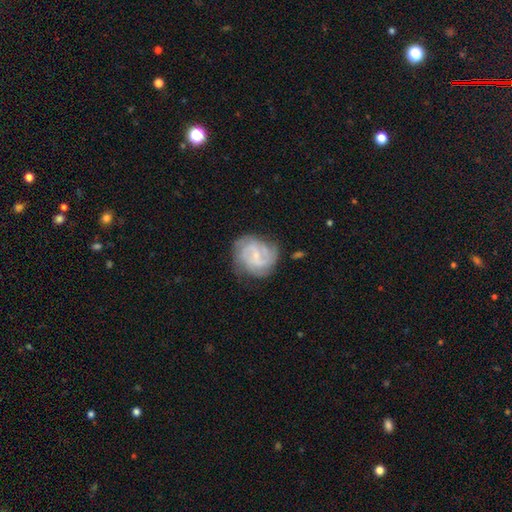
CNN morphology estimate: Overall: featured or disk (77%). Edge-on disk: no (98%). Bar: weak (52%; no 36%). Spiral arms: yes (92%). Spiral arm count: can't tell (30%; 2 28%). Spiral winding: tight (51%; medium 38%). Bulge size: small (66%). Merging: none (68%).